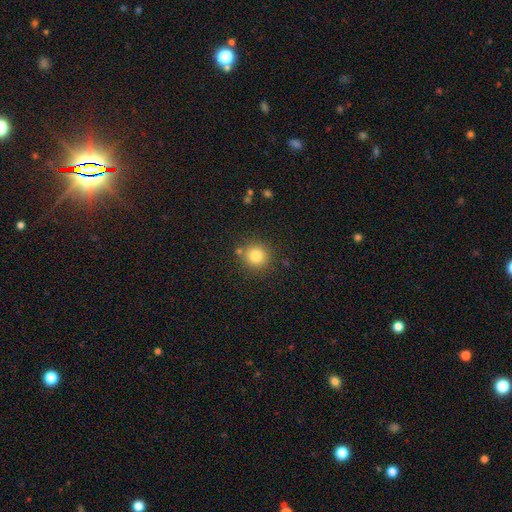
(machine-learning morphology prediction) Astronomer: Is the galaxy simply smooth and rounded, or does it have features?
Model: smooth — 81%.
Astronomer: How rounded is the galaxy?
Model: round — 93%.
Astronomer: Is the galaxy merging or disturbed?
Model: none — 84%.